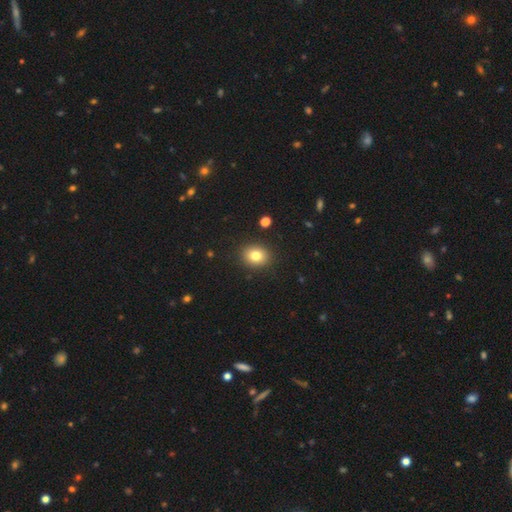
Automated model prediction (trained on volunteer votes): The model was most divided on "how rounded": round: 59%, in between: 41%, cigar-shaped: 1%. More confident: merging — none (89%); smooth or featured — smooth (81%).